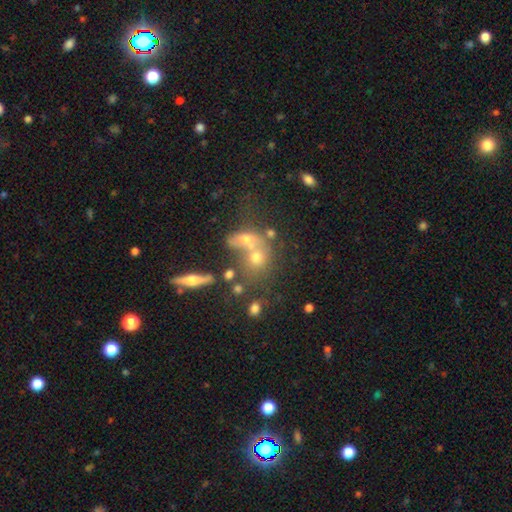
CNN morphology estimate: Smooth or featured: smooth — 46% (featured or disk — 33%)
Merging: merger — 47% (none — 35%)